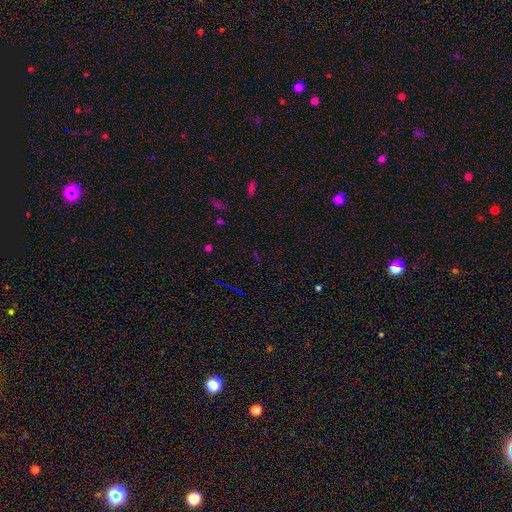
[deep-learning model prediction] A star or artifact, not a galaxy (69%).